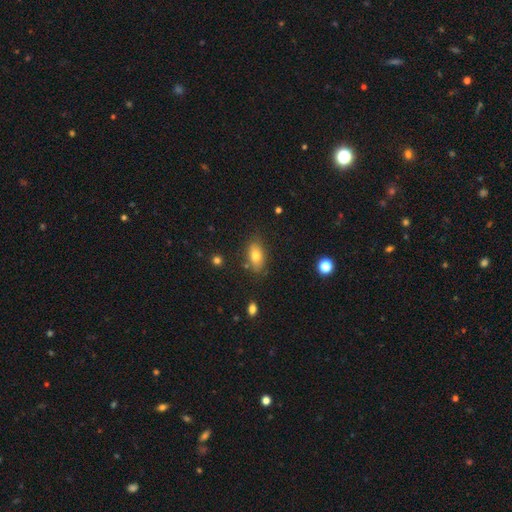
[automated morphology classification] Smooth or featured? Predicted: smooth (p=0.76). How rounded? Predicted: in between (p=0.87). Merging? Predicted: none (p=0.78).